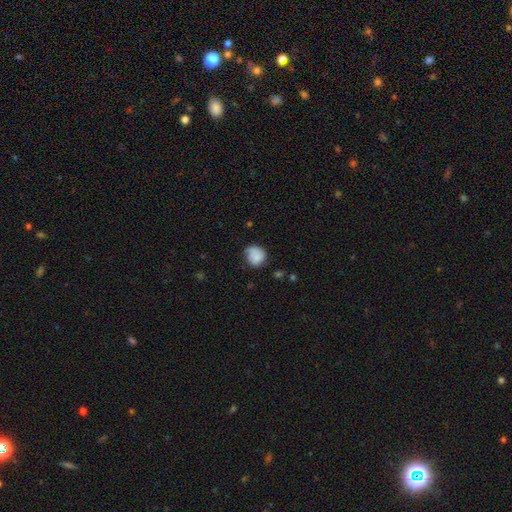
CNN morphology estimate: smooth-or-featured: smooth: 81% | featured or disk: 11% | star or artifact: 8%
  how-rounded: round: 75% | in between: 24% | cigar-shaped: 1%
  merging: none: 57% | minor disturbance: 32% | major disturbance: 9% | merger: 3%